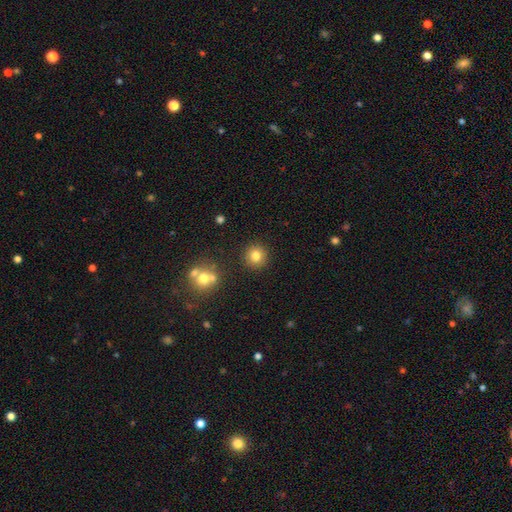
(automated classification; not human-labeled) Q: Smooth or featured?
A: smooth (80%); runner-up: star or artifact (12%)
Q: How rounded?
A: round (93%); runner-up: in between (6%)
Q: Merging?
A: none (88%); runner-up: minor disturbance (6%)